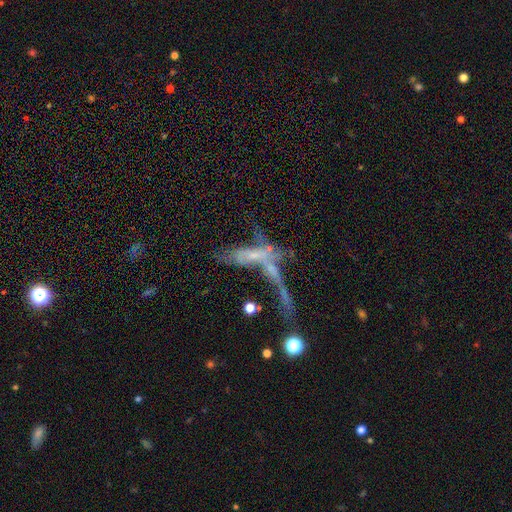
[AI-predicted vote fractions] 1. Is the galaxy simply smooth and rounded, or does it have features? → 56% featured or disk, 25% smooth, 18% star or artifact.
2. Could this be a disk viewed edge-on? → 71% no, 29% yes.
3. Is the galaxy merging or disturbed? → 48% merger, 27% major disturbance, 16% none, 9% minor disturbance.